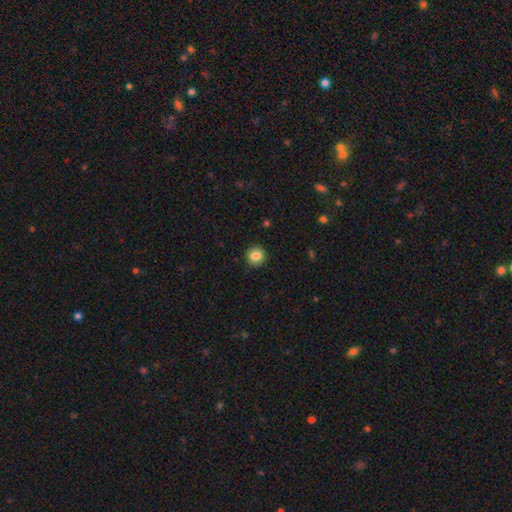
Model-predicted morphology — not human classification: smooth 85%, star or artifact 10%, featured or disk 5%. Down the decision tree: how rounded — round (91%); merging — none (91%).